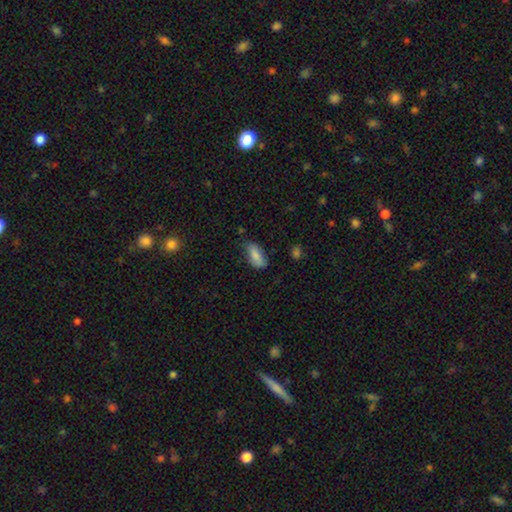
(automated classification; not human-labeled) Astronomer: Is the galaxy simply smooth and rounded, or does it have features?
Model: smooth — 84%.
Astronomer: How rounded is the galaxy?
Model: in between — 84%.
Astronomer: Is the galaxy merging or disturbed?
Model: none — 66%.